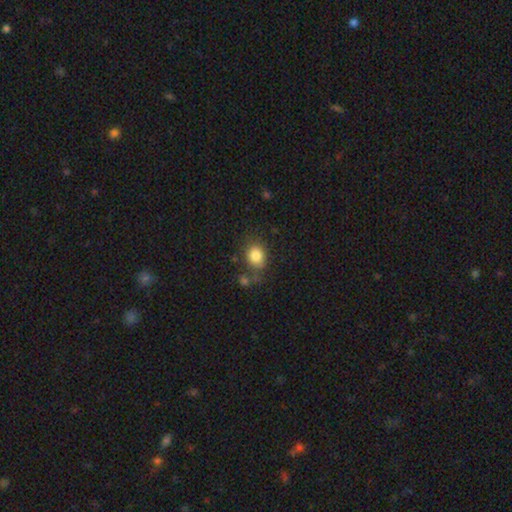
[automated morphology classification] Smooth or featured? Predicted: smooth (p=0.83). How rounded? Predicted: round (p=0.58). Merging? Predicted: none (p=0.65).